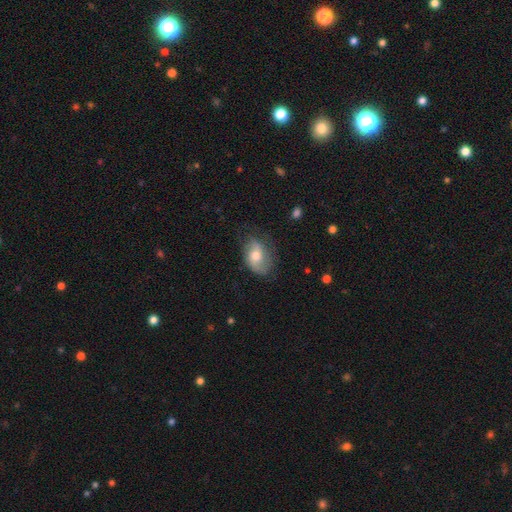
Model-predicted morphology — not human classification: Smooth or featured? Predicted: featured or disk (p=0.50). Edge-on disk? Predicted: no (p=0.95). Merging? Predicted: none (p=0.63).